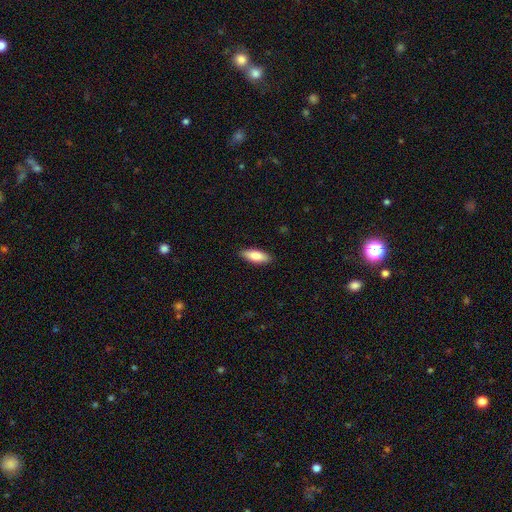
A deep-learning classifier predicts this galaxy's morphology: Smooth or featured? smooth (78%)
How rounded? in between (69%)
Merging? none (90%)